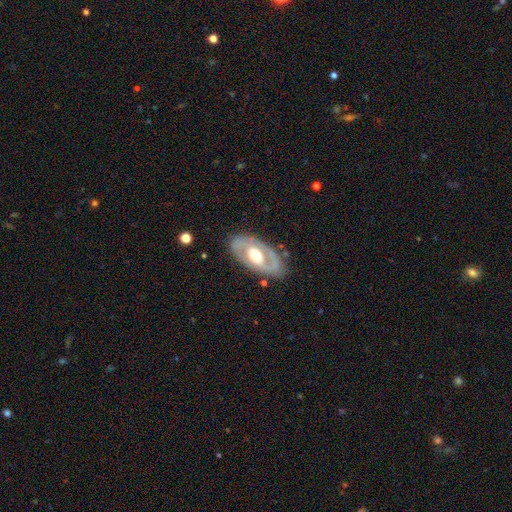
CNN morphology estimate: A featured or disk galaxy (72%) with no bar (63%), no spiral arms (53%) and a moderate central bulge (68%).

Vote fractions:
- Smooth or featured? featured or disk: 72% / smooth: 24% / star or artifact: 5%
- Edge-on disk? no: 90% / yes: 10%
- Bar? no: 63% / weak: 26% / strong: 11%
- Spiral arms? no: 53% / yes: 47%
- Bulge size? moderate: 68% / large: 19% / small: 11% / dominant: 1% / none: 1%
- Merging? none: 79% / minor disturbance: 15% / major disturbance: 5% / merger: 1%